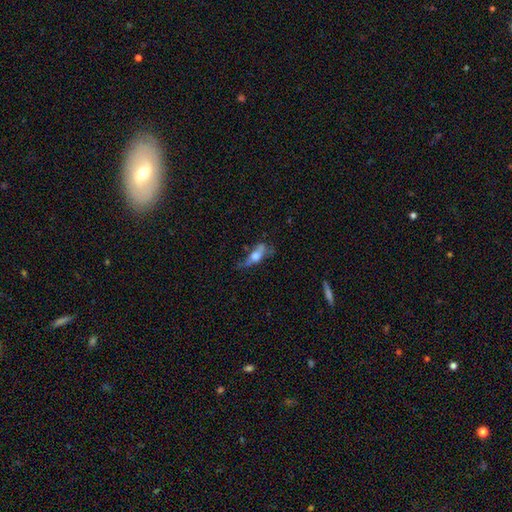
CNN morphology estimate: This appears to be a smooth galaxy with no disk features (49%). Merging: none (35%).